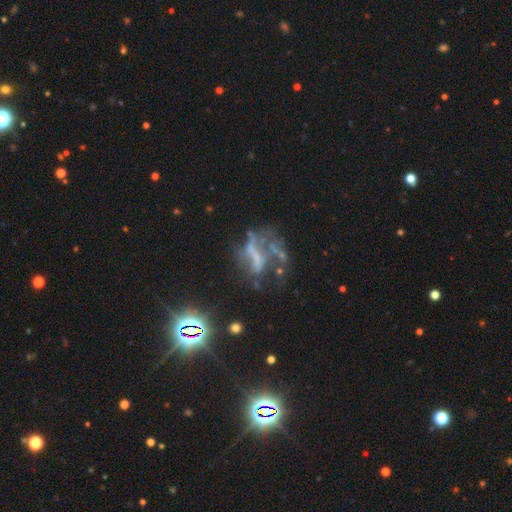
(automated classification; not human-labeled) Overall: featured or disk (57%; star or artifact 26%). Edge-on disk: no (92%). Bar: no (57%; strong 24%). Spiral arms: no (72%). Bulge size: none (73%). Merging: major disturbance (40%; none 31%).